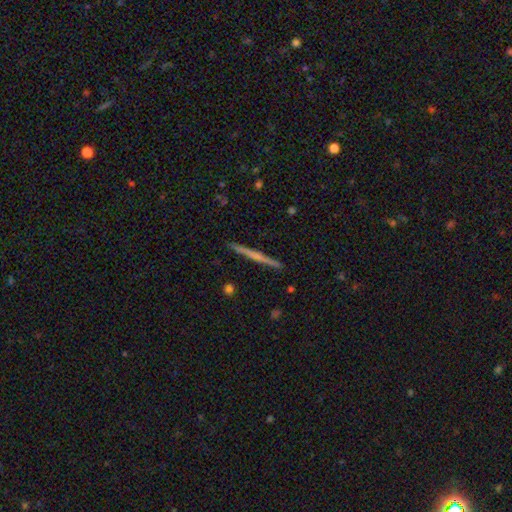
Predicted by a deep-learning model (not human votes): Smooth or featured?
  - featured or disk: 65% *
  - smooth: 29%
  - star or artifact: 6%
Edge-on disk?
  - yes: 98% *
  - no: 2%
Edge-on bulge?
  - none: 56% *
  - rounded: 36%
  - boxy: 9%
Merging?
  - none: 93% *
  - minor disturbance: 5%
  - major disturbance: 1%
  - merger: 1%